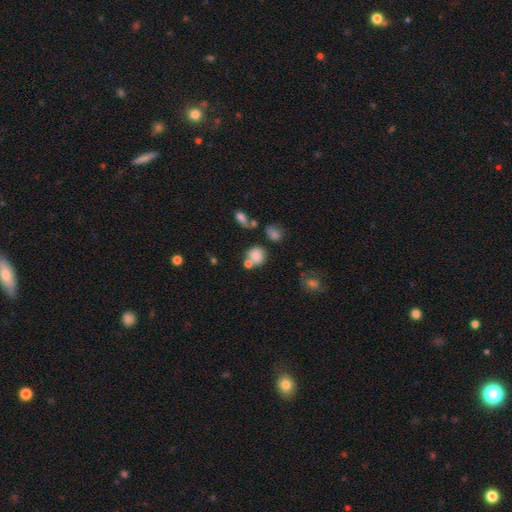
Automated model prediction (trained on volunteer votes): Morphology: type=smooth (79%); roundness=round (76%); merging=none (50%).